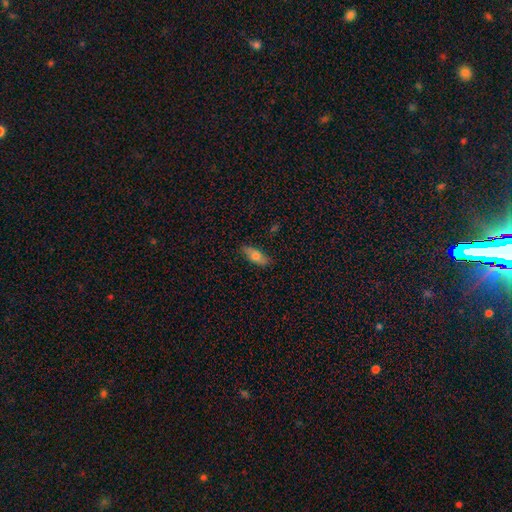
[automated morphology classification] Smooth or featured?
  - smooth: 70% *
  - featured or disk: 24%
  - star or artifact: 6%
How rounded?
  - in between: 77% *
  - cigar-shaped: 20%
  - round: 3%
Merging?
  - none: 84% *
  - minor disturbance: 13%
  - major disturbance: 2%
  - merger: 1%